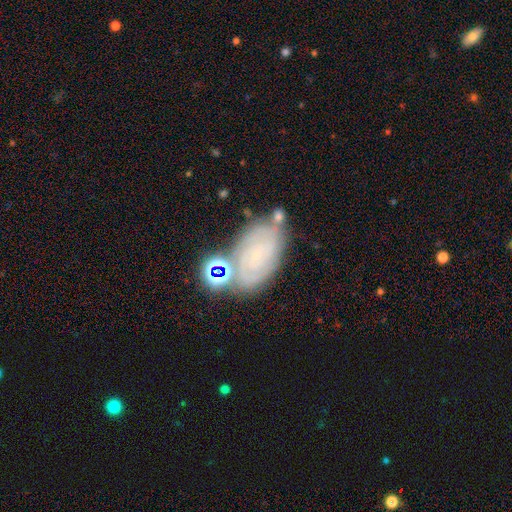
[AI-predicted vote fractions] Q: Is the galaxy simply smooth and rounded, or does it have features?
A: featured or disk — 57%.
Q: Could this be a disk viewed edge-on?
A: no — 94%.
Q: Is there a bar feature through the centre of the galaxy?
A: no — 73%.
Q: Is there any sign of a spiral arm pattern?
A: yes — 80%.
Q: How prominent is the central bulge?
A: small — 74%.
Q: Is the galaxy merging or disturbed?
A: none — 57%.